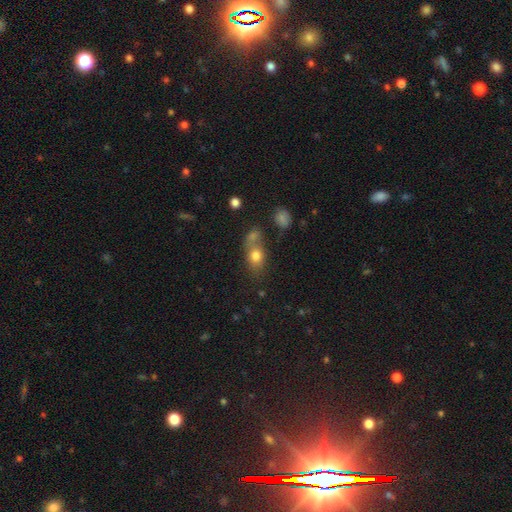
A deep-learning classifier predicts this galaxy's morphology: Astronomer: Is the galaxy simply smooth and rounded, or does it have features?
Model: smooth — 76%.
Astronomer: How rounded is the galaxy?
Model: in between — 64%.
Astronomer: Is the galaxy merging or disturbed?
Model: none — 42% (runner-up: merger, 38%).